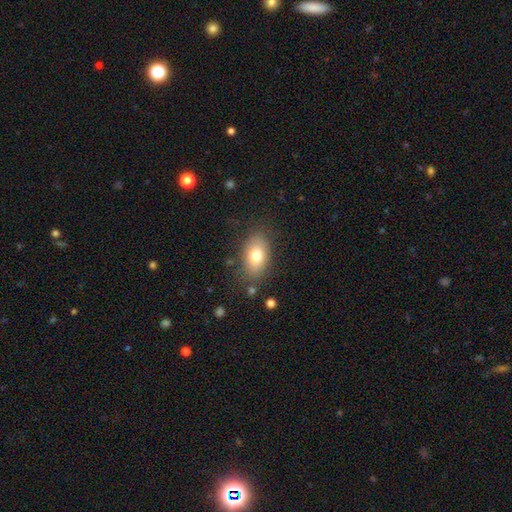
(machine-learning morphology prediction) Smooth or featured?
  - smooth: 76% *
  - featured or disk: 15%
  - star or artifact: 9%
How rounded?
  - in between: 87% *
  - round: 11%
  - cigar-shaped: 2%
Merging?
  - none: 80% *
  - minor disturbance: 13%
  - major disturbance: 5%
  - merger: 2%